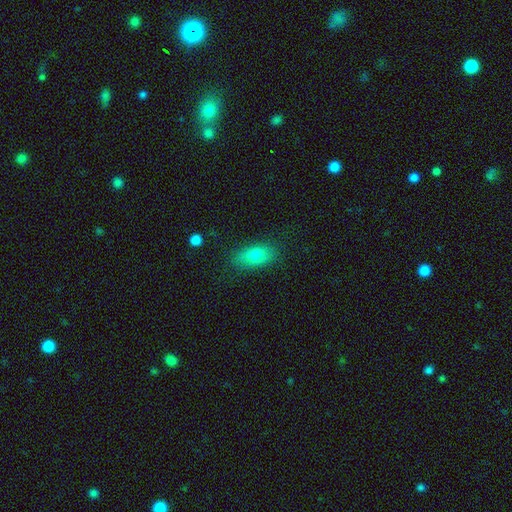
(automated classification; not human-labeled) This is likely a smooth galaxy (77%). How rounded: clearly in between (85%). Merging: clearly none (82%).